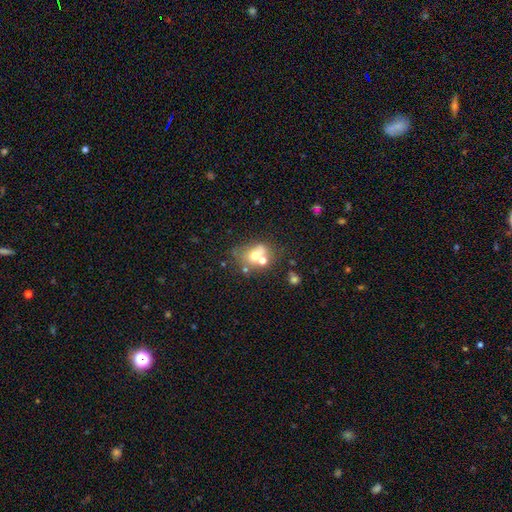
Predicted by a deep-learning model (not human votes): Morphology: type=smooth (56%); roundness=in between (51%); merging=merger (45%).